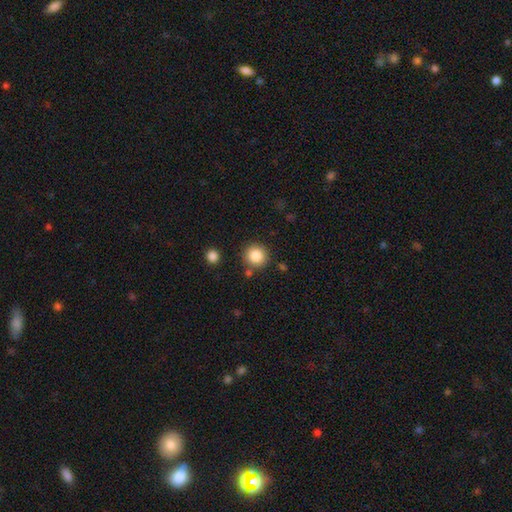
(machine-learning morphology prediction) smooth_or_featured: smooth (p=0.85) [alt: star or artifact p=0.10]
how_rounded: round (p=0.93) [alt: in between p=0.06]
merging: none (p=0.82) [alt: minor disturbance p=0.08]